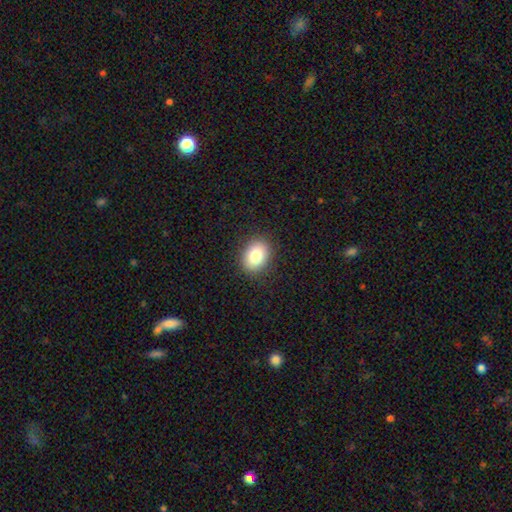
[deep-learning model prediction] smooth 82%, featured or disk 9%, star or artifact 9%. Down the decision tree: how rounded — in between (60%); merging — none (88%).